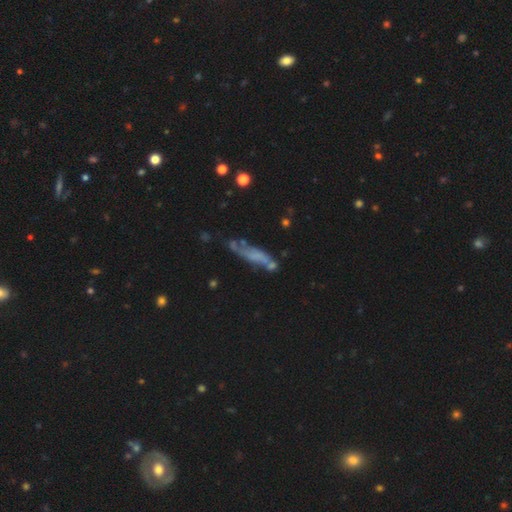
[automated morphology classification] smooth-or-featured: smooth: 46% | featured or disk: 44% | star or artifact: 10%
  merging: none: 47% | minor disturbance: 25% | merger: 16% | major disturbance: 13%